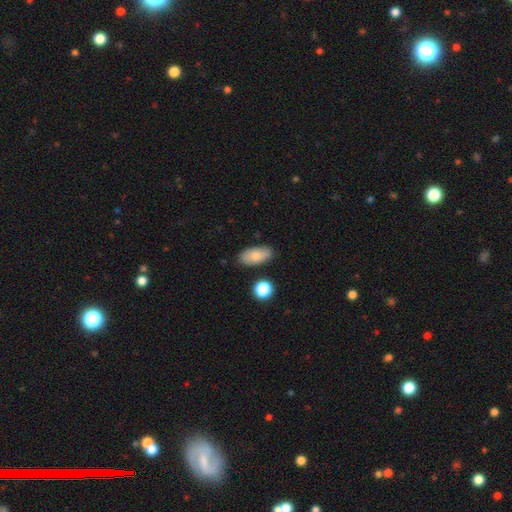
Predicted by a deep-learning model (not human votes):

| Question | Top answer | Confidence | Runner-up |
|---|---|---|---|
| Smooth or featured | smooth | 78% | featured or disk (15%) |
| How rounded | in between | 90% | cigar-shaped (6%) |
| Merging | none | 82% | minor disturbance (12%) |